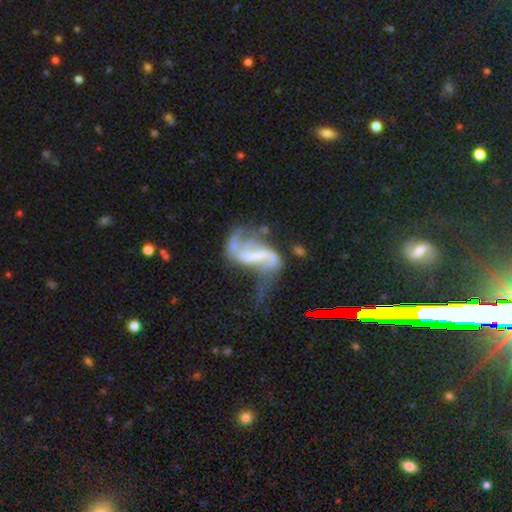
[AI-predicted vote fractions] Smooth or featured? featured or disk (84%)
Edge-on disk? no (96%)
Bar? strong (43%)
Spiral arms? yes (90%)
Spiral winding? loose (66%)
Spiral arm count? 2 (86%)
Bulge size? none (39%)
Merging? major disturbance (37%)